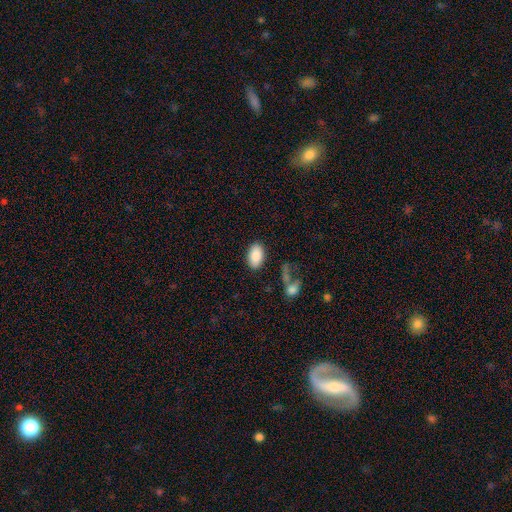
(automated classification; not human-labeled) Smooth or featured? smooth (87%)
How rounded? in between (93%)
Merging? none (84%)